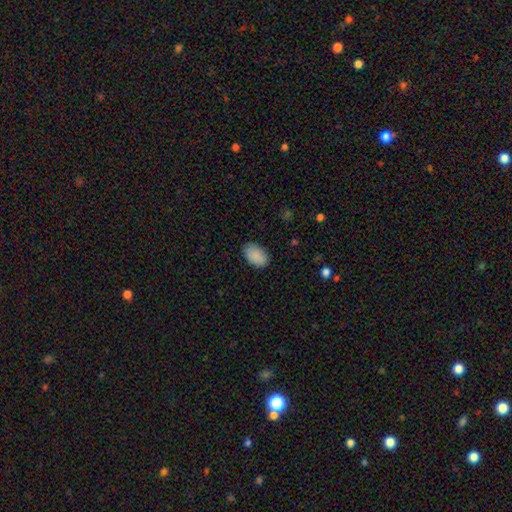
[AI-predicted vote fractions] The model was most divided on "merging": none: 85%, minor disturbance: 12%, major disturbance: 2%, merger: 1%. More confident: how rounded — in between (90%); smooth or featured — smooth (89%).